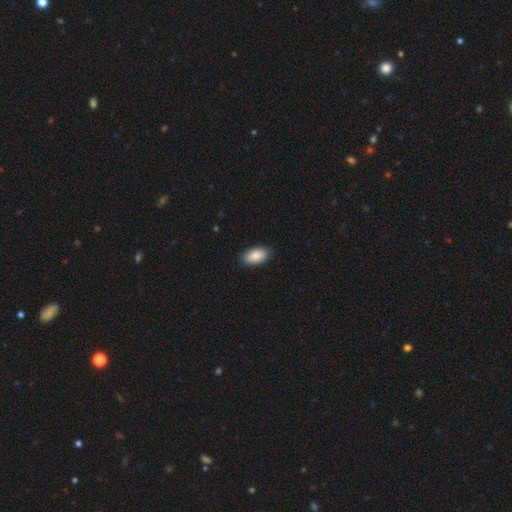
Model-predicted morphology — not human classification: A smooth galaxy with no disk features (89%) that is in between round and cigar-shaped (95%). Merging: none (89%).